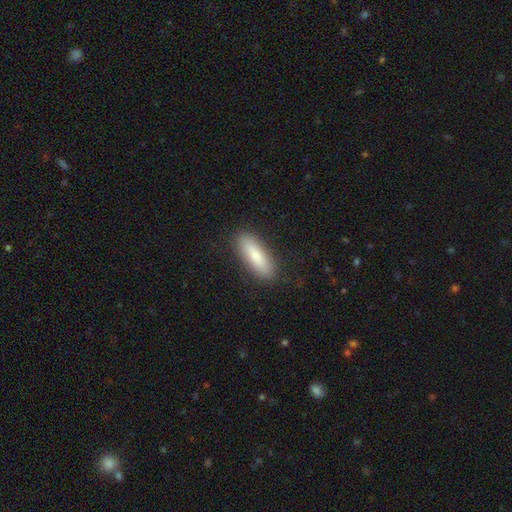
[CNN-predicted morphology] Q: Smooth or featured?
A: smooth (82%); runner-up: featured or disk (12%)
Q: How rounded?
A: cigar-shaped (50%); runner-up: in between (48%)
Q: Merging?
A: none (88%); runner-up: minor disturbance (9%)